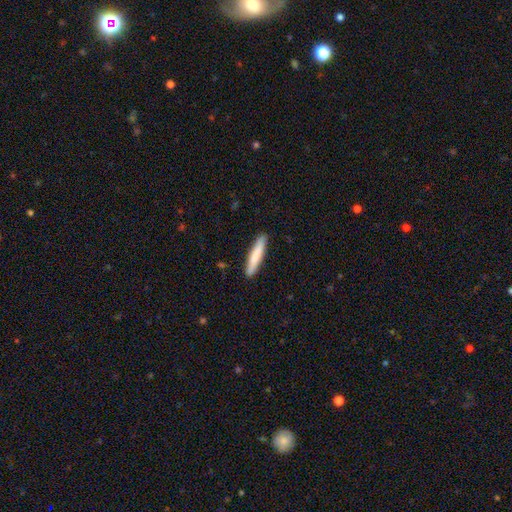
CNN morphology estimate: This appears to be a smooth galaxy with no disk features (78%) that is cigar-shaped (92%). Merging: none (90%).